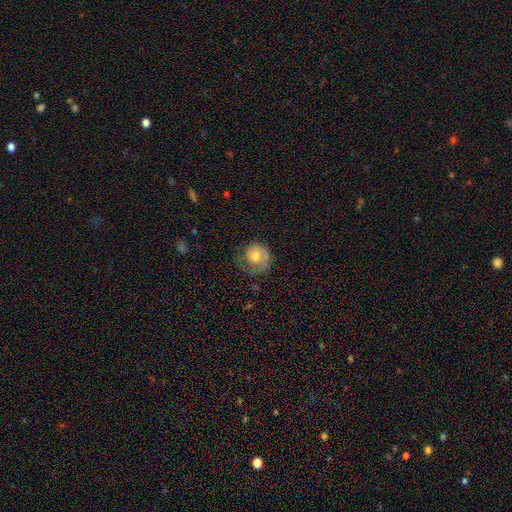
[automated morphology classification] Q: Smooth or featured?
A: smooth (47%); runner-up: featured or disk (46%)
Q: Merging?
A: none (52%); runner-up: minor disturbance (24%)